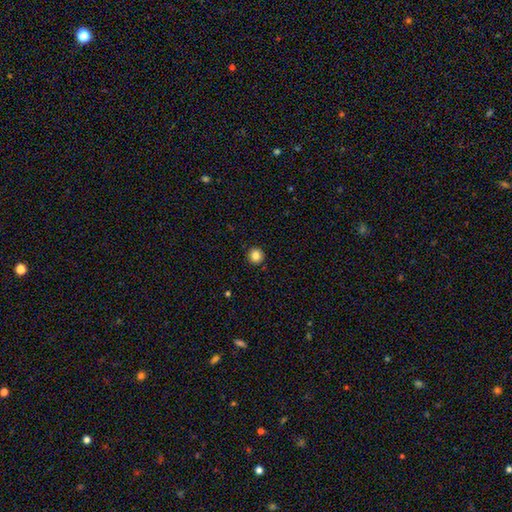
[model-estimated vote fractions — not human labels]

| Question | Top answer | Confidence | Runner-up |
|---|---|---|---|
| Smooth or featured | smooth | 84% | star or artifact (11%) |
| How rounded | round | 95% | in between (4%) |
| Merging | none | 92% | minor disturbance (5%) |